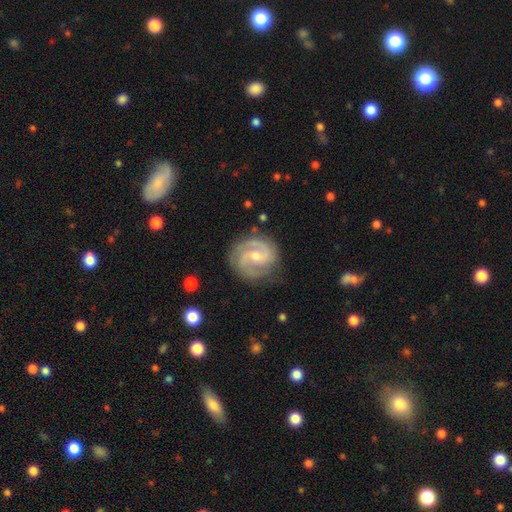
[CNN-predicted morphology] This is clearly a featured or disk galaxy (89%). It is clearly not viewed edge-on (98%). Bar: possibly no (47%). Spiral arm pattern: clearly yes (98%). Spiral arm count: likely 2 (76%). Spiral winding: possibly medium (48%). Central bulge: possibly small (52%). Merging: likely none (80%).